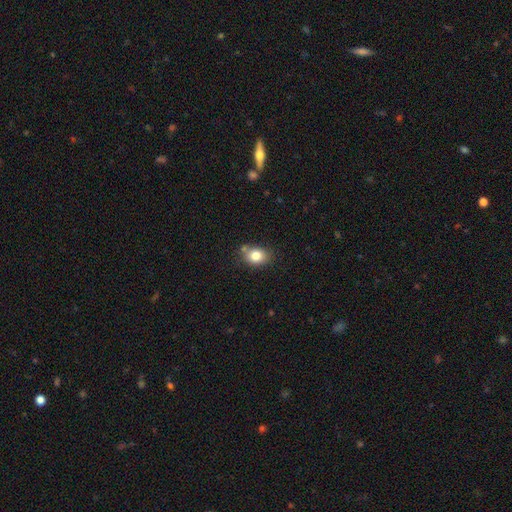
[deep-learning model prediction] Smooth or featured? Predicted: smooth (p=0.81). How rounded? Predicted: in between (p=0.61). Merging? Predicted: none (p=0.68).